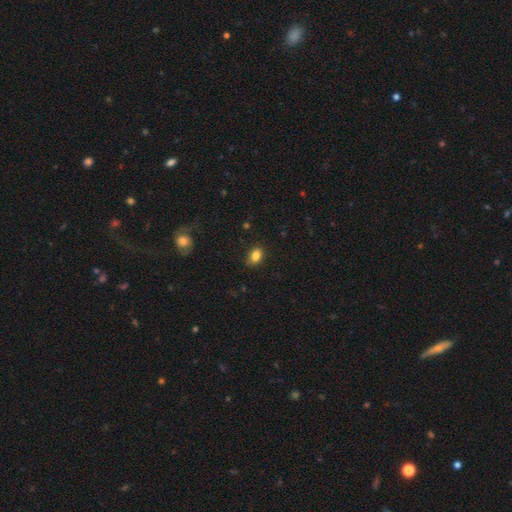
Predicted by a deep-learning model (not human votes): smooth 84%, star or artifact 10%, featured or disk 6%. Down the decision tree: how rounded — in between (72%); merging — none (80%).